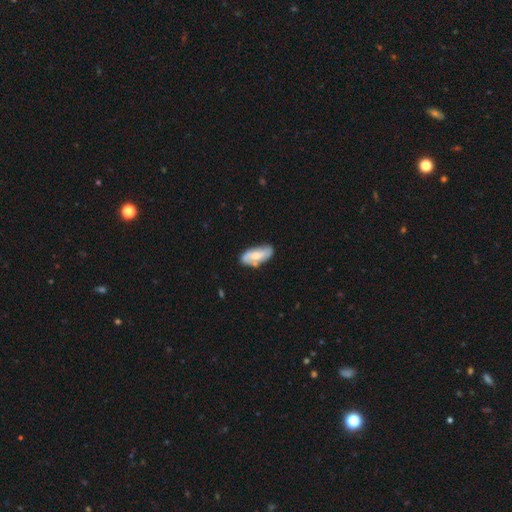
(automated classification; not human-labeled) Smooth or featured? Predicted: featured or disk (p=0.51). Edge-on disk? Predicted: no (p=0.90). Merging? Predicted: none (p=0.67).